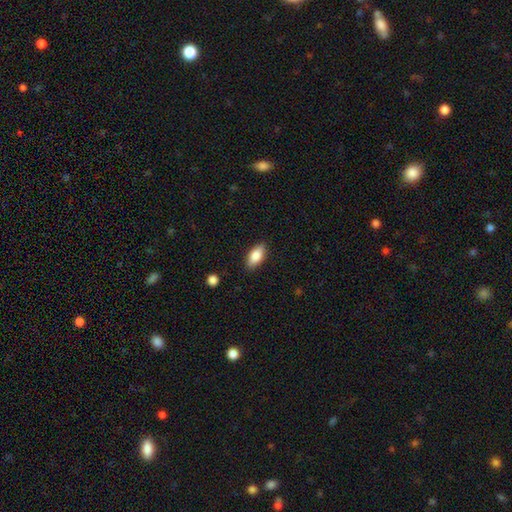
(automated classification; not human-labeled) A smooth galaxy with no disk features (84%) that is in between round and cigar-shaped (90%). Merging: none (87%).